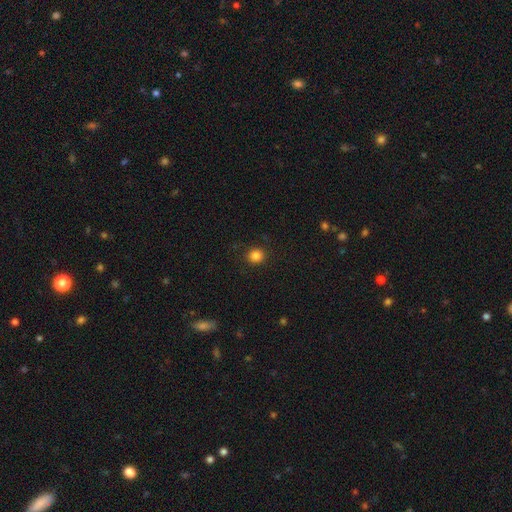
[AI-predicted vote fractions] This appears to be a smooth galaxy with no disk features (85%) that is round (88%). Merging: none (90%).